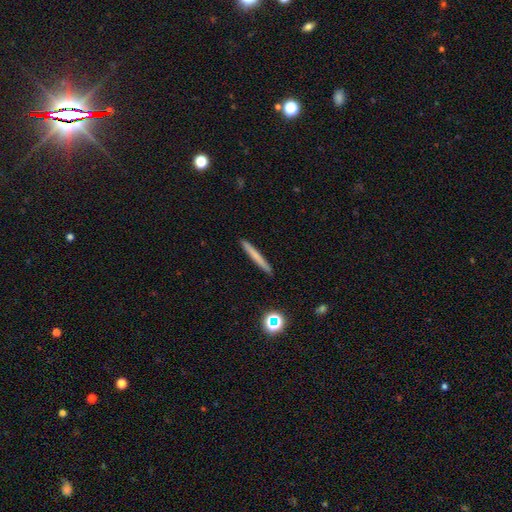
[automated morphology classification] Smooth or featured? smooth (65%)
How rounded? cigar-shaped (96%)
Merging? none (92%)